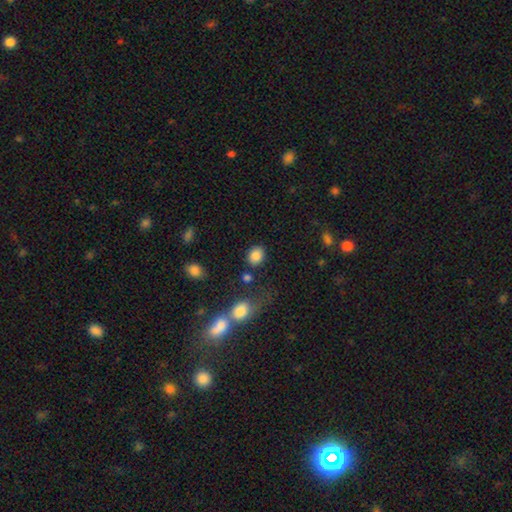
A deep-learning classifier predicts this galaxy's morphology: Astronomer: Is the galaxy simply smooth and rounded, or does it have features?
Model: smooth — 86%.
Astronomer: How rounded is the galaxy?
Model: in between — 57% (runner-up: round, 42%).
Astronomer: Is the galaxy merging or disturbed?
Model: none — 76%.